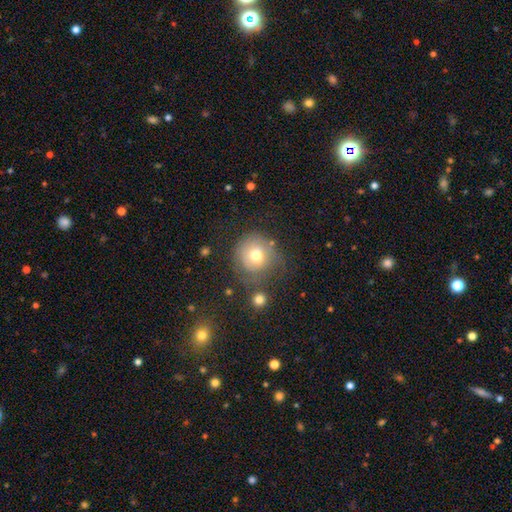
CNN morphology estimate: smooth 66%, featured or disk 23%, star or artifact 11%. Down the decision tree: how rounded — round (89%); merging — none (61%).